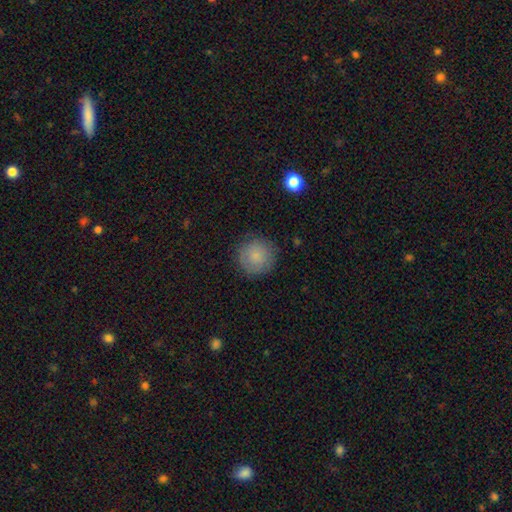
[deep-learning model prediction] Smooth or featured?
  - smooth: 82% *
  - featured or disk: 10%
  - star or artifact: 8%
How rounded?
  - round: 95% *
  - in between: 4%
  - cigar-shaped: 1%
Merging?
  - none: 85% *
  - minor disturbance: 11%
  - major disturbance: 3%
  - merger: 1%